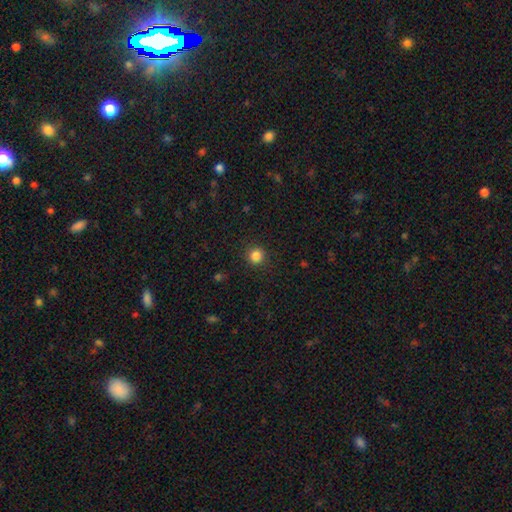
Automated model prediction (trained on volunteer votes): Smooth or featured: smooth — 84% (star or artifact — 12%)
How rounded: round — 93% (in between — 6%)
Merging: none — 91% (minor disturbance — 6%)